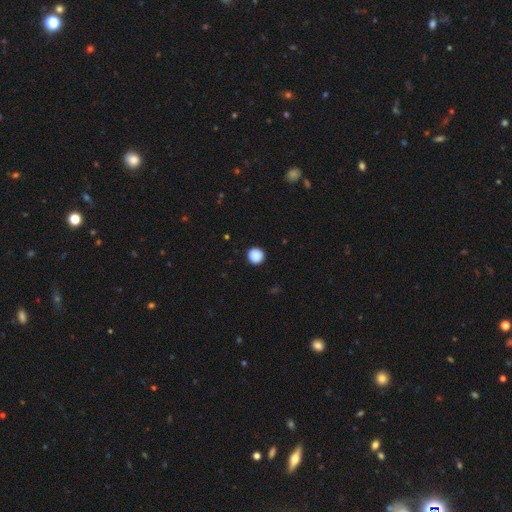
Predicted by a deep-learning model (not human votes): Morphology: type=smooth (89%); roundness=round (95%); merging=none (92%).